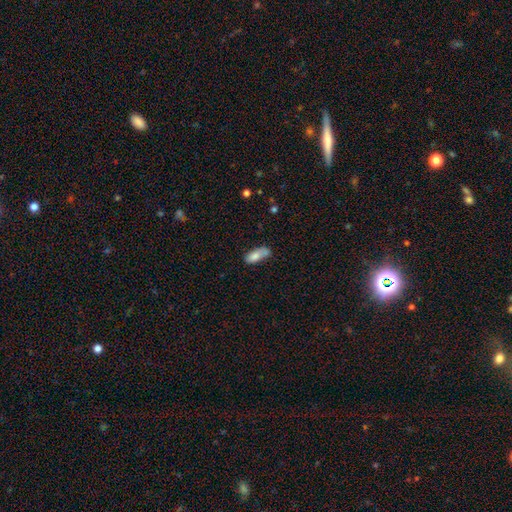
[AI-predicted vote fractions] Q: Smooth or featured?
A: smooth (79%); runner-up: featured or disk (13%)
Q: How rounded?
A: in between (80%); runner-up: cigar-shaped (17%)
Q: Merging?
A: none (43%); runner-up: minor disturbance (26%)